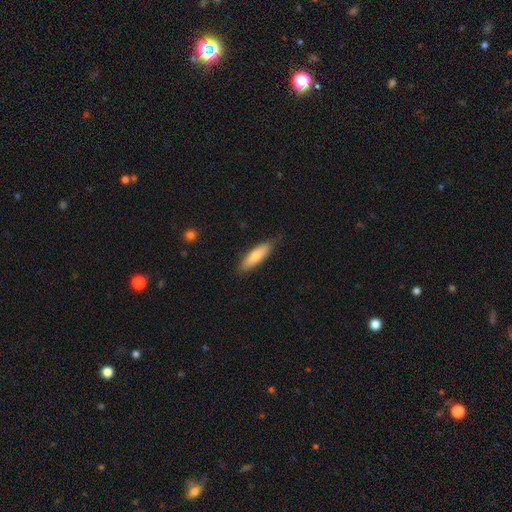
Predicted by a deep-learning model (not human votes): This is likely a smooth galaxy (74%). How rounded: possibly cigar-shaped (59%). Merging: clearly none (83%).